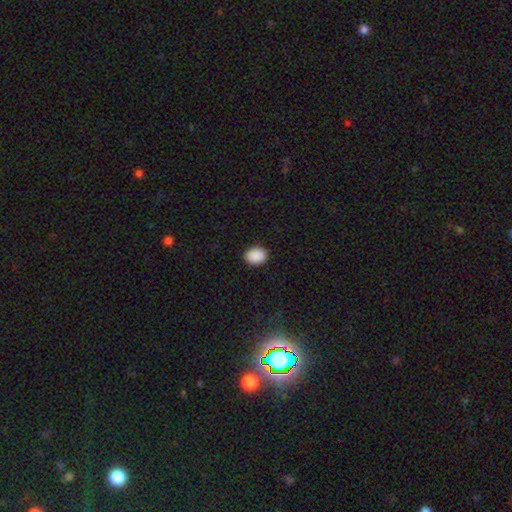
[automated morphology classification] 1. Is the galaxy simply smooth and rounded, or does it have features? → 90% smooth, 8% star or artifact, 2% featured or disk.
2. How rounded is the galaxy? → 64% in between, 35% round, 1% cigar-shaped.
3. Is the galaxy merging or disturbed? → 90% none, 7% minor disturbance, 2% major disturbance, 1% merger.